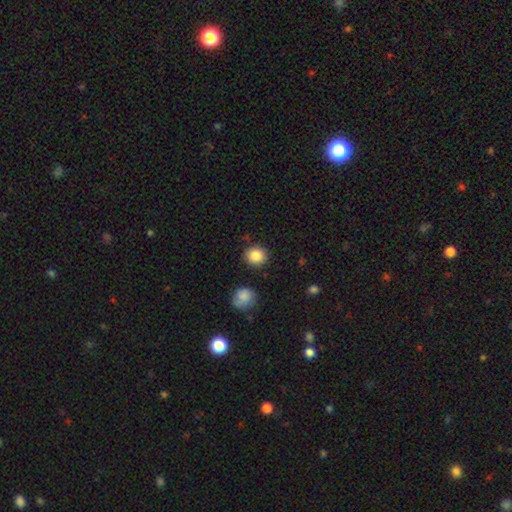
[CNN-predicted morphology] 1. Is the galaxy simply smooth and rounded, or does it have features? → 87% smooth, 9% star or artifact, 4% featured or disk.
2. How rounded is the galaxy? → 86% round, 14% in between, 1% cigar-shaped.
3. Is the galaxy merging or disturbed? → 87% none, 8% minor disturbance, 3% merger, 2% major disturbance.